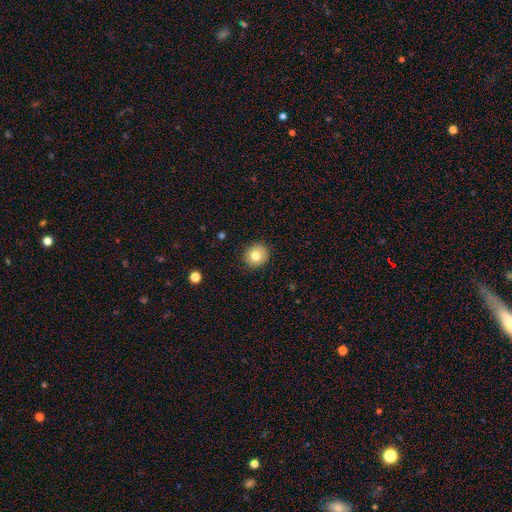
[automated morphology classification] Q: Smooth or featured?
A: smooth (79%); runner-up: featured or disk (11%)
Q: How rounded?
A: round (87%); runner-up: in between (12%)
Q: Merging?
A: none (90%); runner-up: minor disturbance (7%)